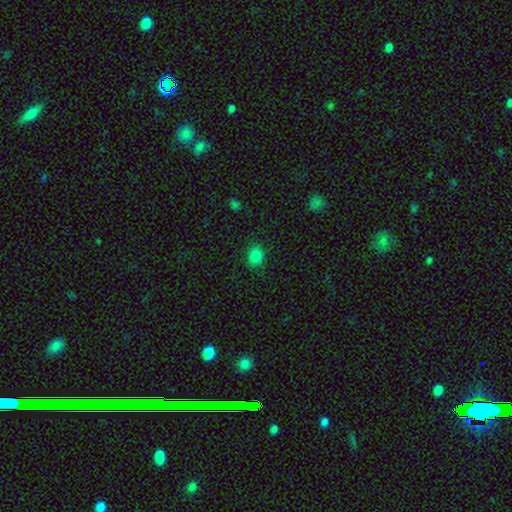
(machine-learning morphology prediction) Smooth or featured? smooth (83%)
How rounded? in between (54%)
Merging? none (84%)